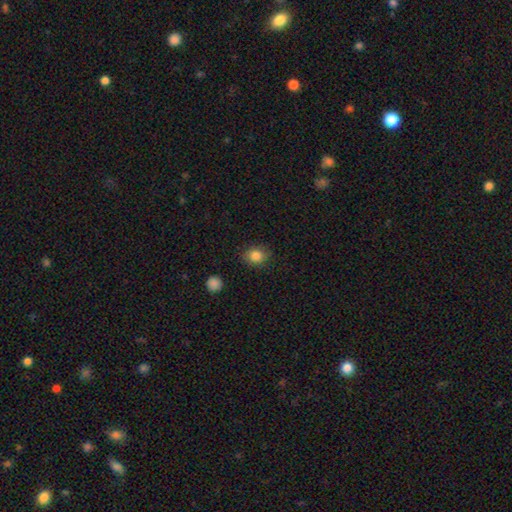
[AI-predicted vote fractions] Smooth or featured: smooth — 84% (star or artifact — 10%)
How rounded: round — 67% (in between — 32%)
Merging: none — 86% (minor disturbance — 10%)